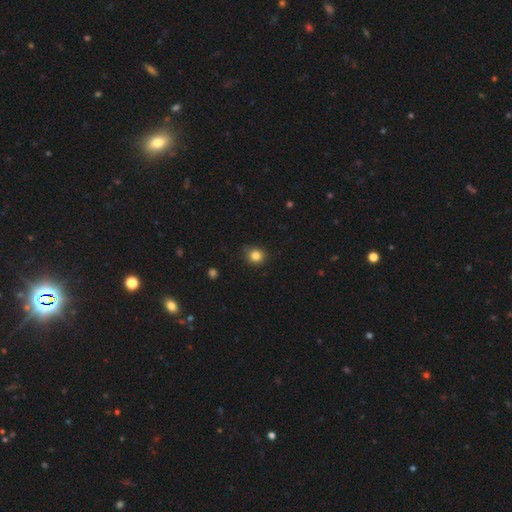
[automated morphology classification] smooth 84%, star or artifact 12%, featured or disk 5%. Down the decision tree: how rounded — round (84%); merging — none (83%).